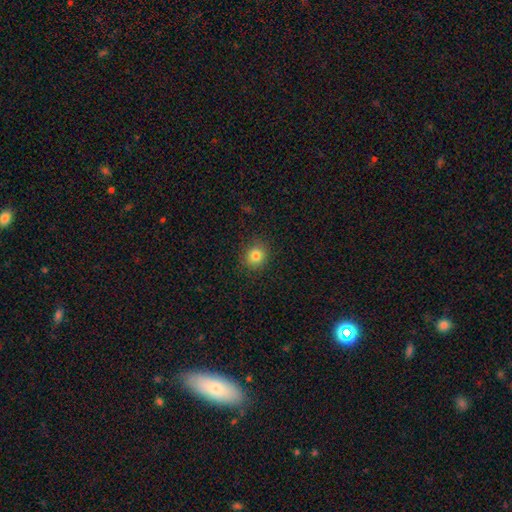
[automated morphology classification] A smooth galaxy with no disk features (82%) that is round (79%).

Vote fractions:
- Smooth or featured? smooth: 82% / star or artifact: 12% / featured or disk: 6%
- How rounded? round: 79% / in between: 20% / cigar-shaped: 1%
- Merging? none: 88% / minor disturbance: 8% / major disturbance: 3% / merger: 1%